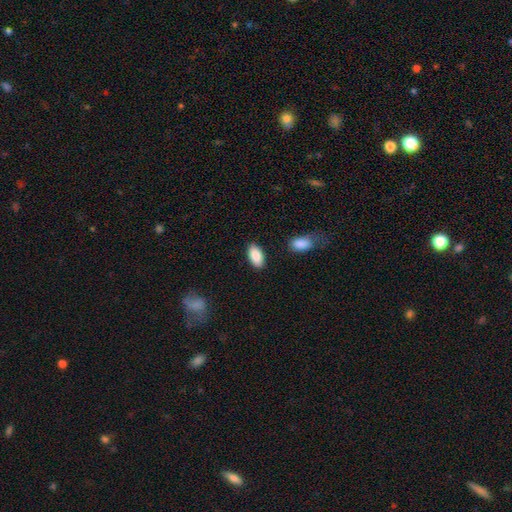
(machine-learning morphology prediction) Smooth or featured: smooth — 88% (star or artifact — 6%)
How rounded: in between — 93% (cigar-shaped — 4%)
Merging: none — 86% (minor disturbance — 9%)